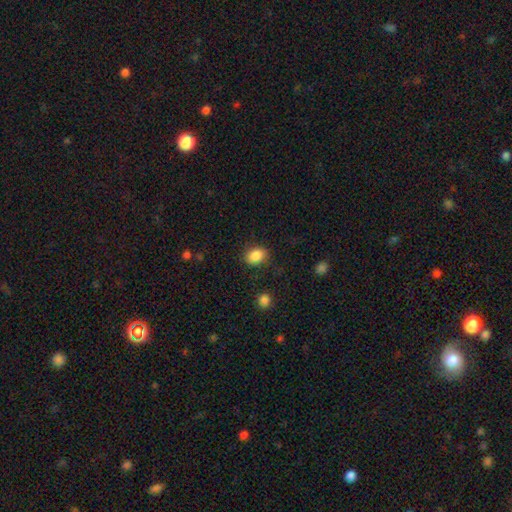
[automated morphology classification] Smooth or featured? smooth (87%)
How rounded? in between (66%)
Merging? none (83%)